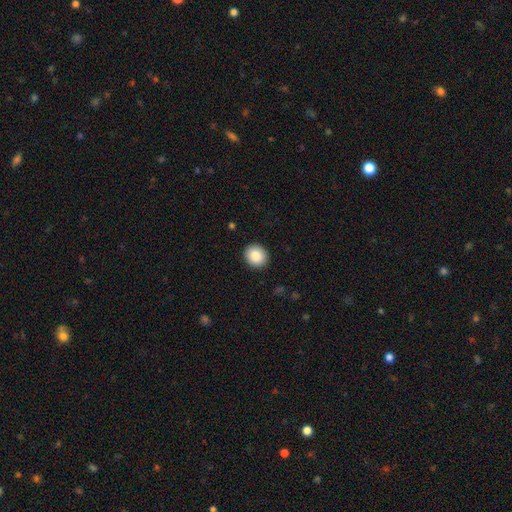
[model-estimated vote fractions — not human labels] Smooth or featured? Predicted: smooth (p=0.87). How rounded? Predicted: round (p=0.73). Merging? Predicted: none (p=0.91).